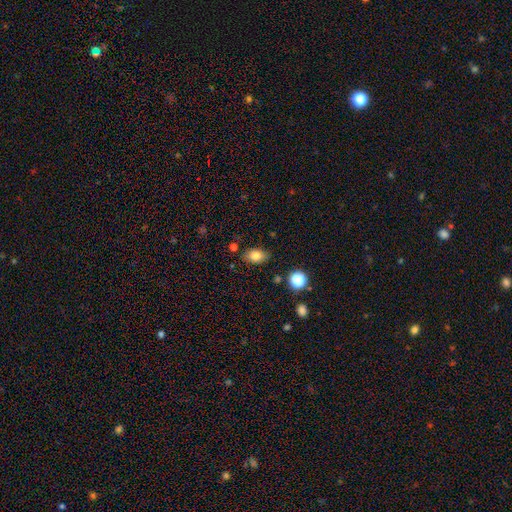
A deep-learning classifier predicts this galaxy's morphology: type=smooth (83%); roundness=in between (85%); merging=none (80%).